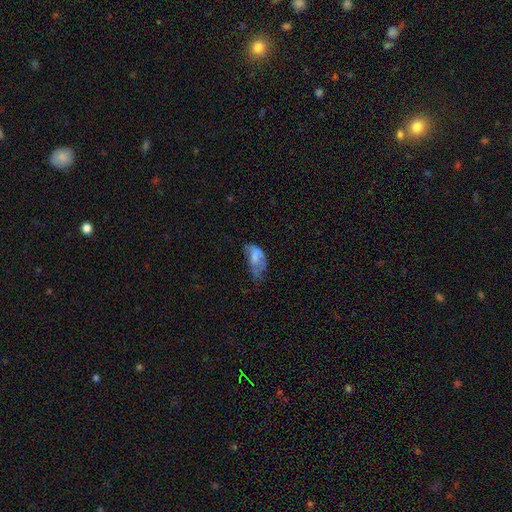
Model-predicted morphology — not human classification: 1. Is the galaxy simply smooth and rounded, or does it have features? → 63% smooth, 27% featured or disk, 10% star or artifact.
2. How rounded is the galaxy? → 91% in between, 5% round, 5% cigar-shaped.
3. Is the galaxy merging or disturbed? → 41% major disturbance, 34% minor disturbance, 21% none, 4% merger.